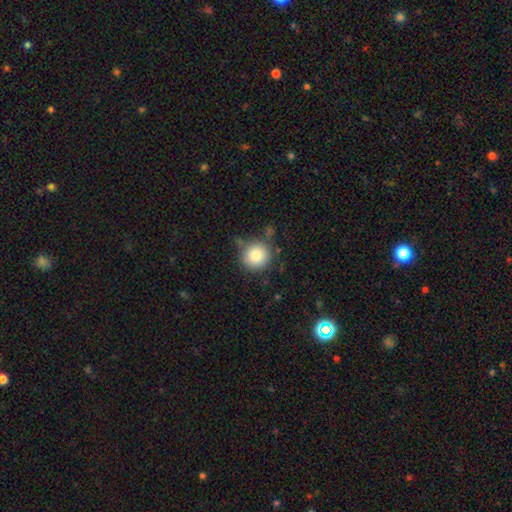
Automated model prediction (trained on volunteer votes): Smooth or featured?
  - smooth: 85% *
  - star or artifact: 9%
  - featured or disk: 6%
How rounded?
  - round: 94% *
  - in between: 6%
  - cigar-shaped: 1%
Merging?
  - none: 74% *
  - minor disturbance: 17%
  - major disturbance: 5%
  - merger: 4%